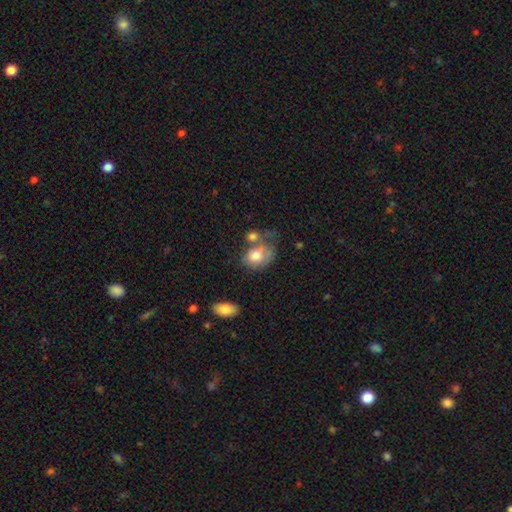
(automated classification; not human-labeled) This is likely a smooth galaxy (71%). How rounded: likely in between (68%). Merging: marginally merger (30%).